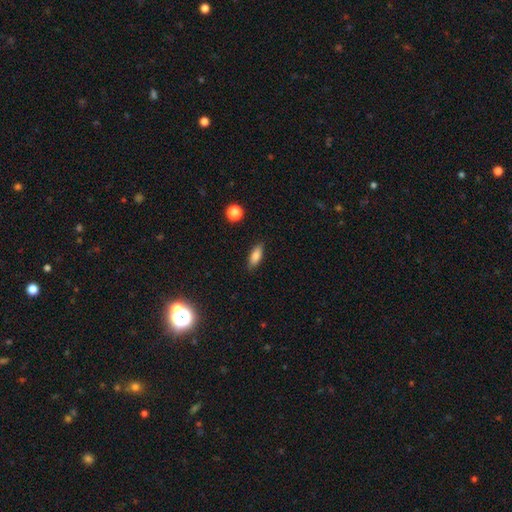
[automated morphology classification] A smooth galaxy with no disk features (81%) that is in between round and cigar-shaped (70%).

Vote fractions:
- Smooth or featured? smooth: 81% / featured or disk: 11% / star or artifact: 8%
- How rounded? in between: 70% / cigar-shaped: 27% / round: 3%
- Merging? none: 86% / minor disturbance: 11% / major disturbance: 2% / merger: 1%